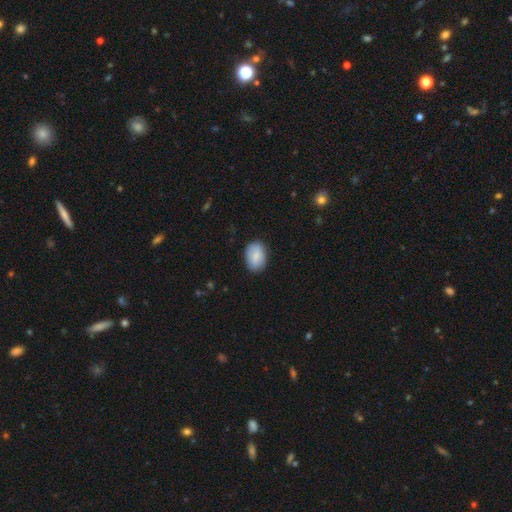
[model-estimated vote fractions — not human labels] Smooth or featured? Predicted: smooth (p=0.83). How rounded? Predicted: in between (p=0.84). Merging? Predicted: none (p=0.82).